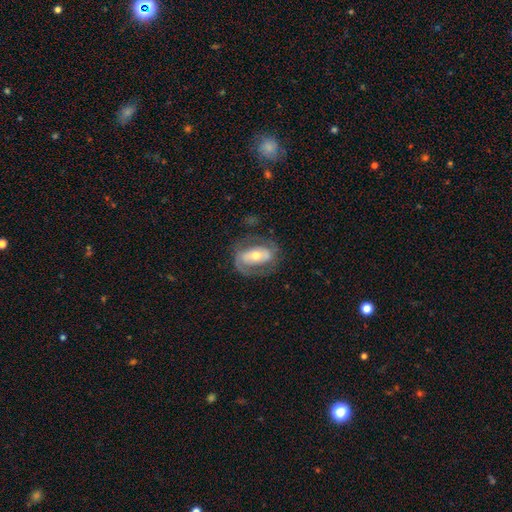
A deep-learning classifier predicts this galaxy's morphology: This is likely a featured or disk galaxy (70%). It is clearly not viewed edge-on (94%). Bar: marginally no (38%). Spiral arm pattern: likely yes (72%). Central bulge: likely moderate (61%). Merging: likely none (66%).